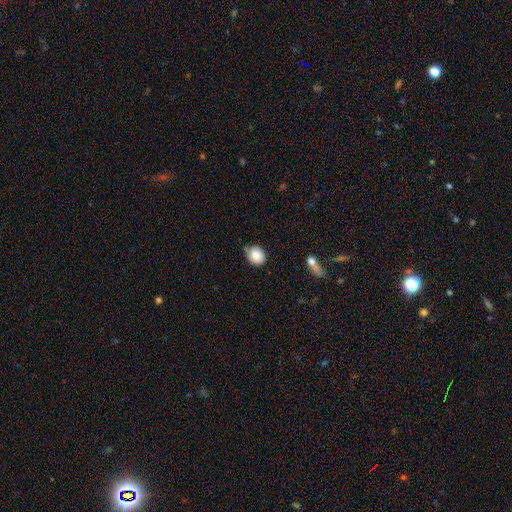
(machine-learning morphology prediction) smooth_or_featured: smooth (p=0.82) [alt: featured or disk p=0.10]
how_rounded: round (p=0.73) [alt: in between p=0.26]
merging: none (p=0.62) [alt: minor disturbance p=0.26]